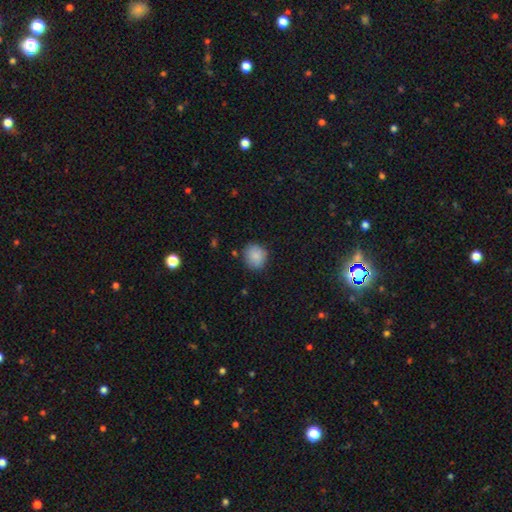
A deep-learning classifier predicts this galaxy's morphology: Overall: smooth (87%). How rounded: round (81%). Merging: none (84%).